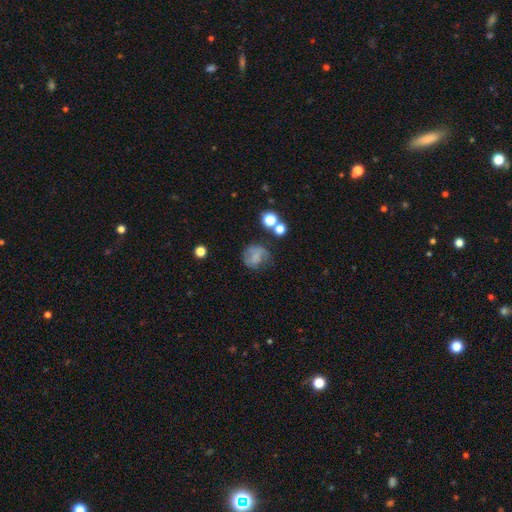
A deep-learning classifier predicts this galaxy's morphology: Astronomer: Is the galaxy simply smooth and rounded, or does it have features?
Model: smooth — 53% (runner-up: featured or disk, 33%).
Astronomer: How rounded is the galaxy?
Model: round — 71%.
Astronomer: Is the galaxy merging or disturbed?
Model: none — 46% (runner-up: minor disturbance, 26%).